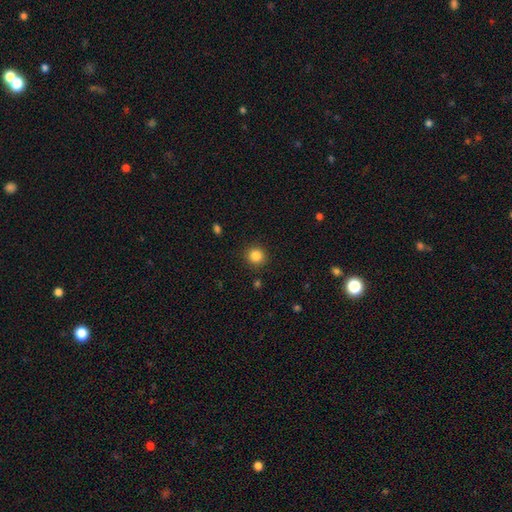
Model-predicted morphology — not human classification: type=smooth (85%); roundness=round (92%); merging=none (90%).